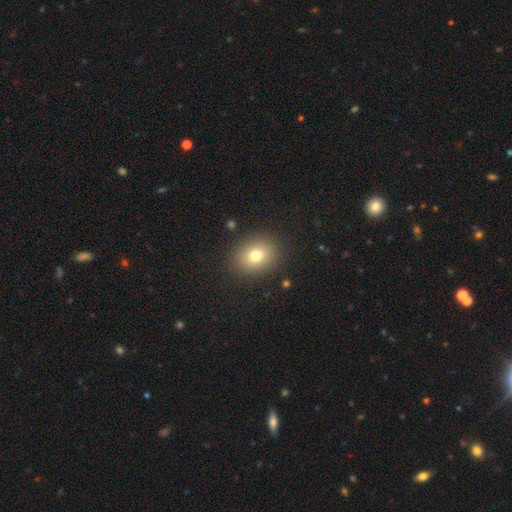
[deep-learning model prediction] Q: Smooth or featured?
A: smooth (77%); runner-up: star or artifact (12%)
Q: How rounded?
A: round (53%); runner-up: in between (46%)
Q: Merging?
A: none (88%); runner-up: minor disturbance (8%)